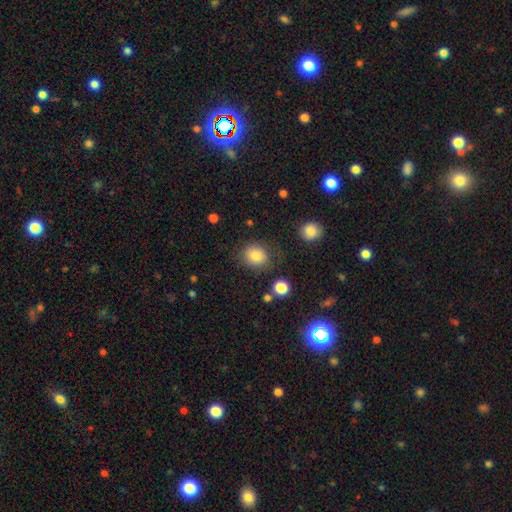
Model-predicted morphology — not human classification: Overall: smooth (84%). How rounded: round (74%). Merging: none (76%).